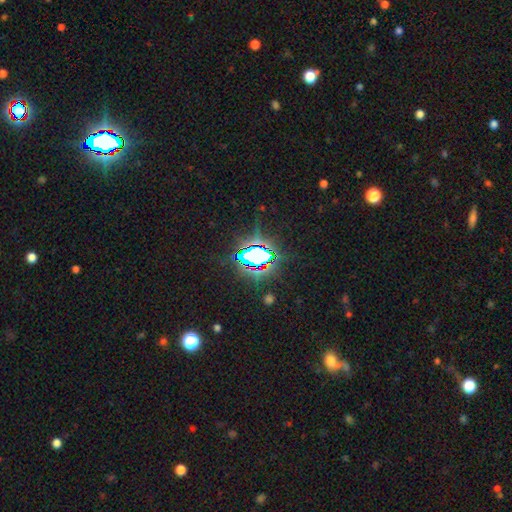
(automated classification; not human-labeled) smooth-or-featured: star or artifact: 69% | smooth: 18% | featured or disk: 13%